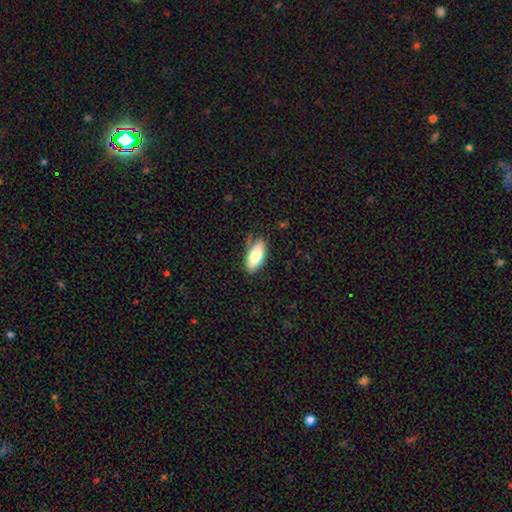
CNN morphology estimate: Smooth or featured?
  - smooth: 76% *
  - featured or disk: 17%
  - star or artifact: 6%
How rounded?
  - in between: 85% *
  - cigar-shaped: 12%
  - round: 2%
Merging?
  - none: 78% *
  - minor disturbance: 17%
  - major disturbance: 3%
  - merger: 2%